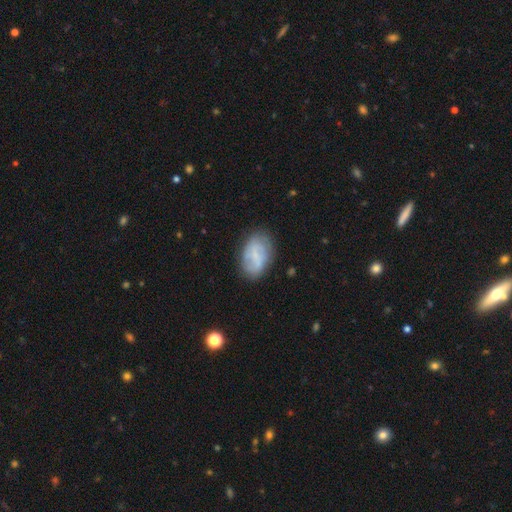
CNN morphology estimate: type=smooth (51%); roundness=in between (89%); merging=none (71%).